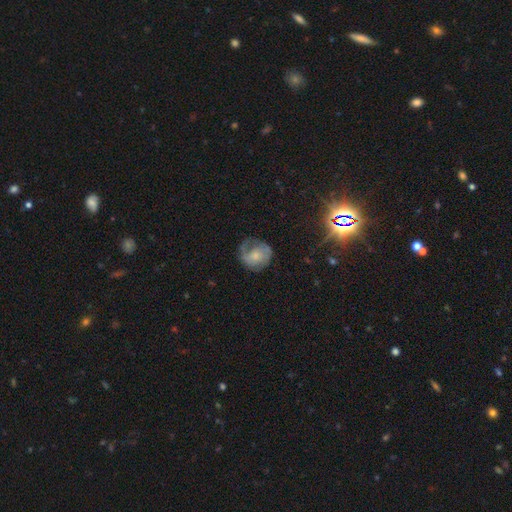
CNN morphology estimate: Q: Smooth or featured?
A: featured or disk (47%); runner-up: smooth (44%)
Q: Merging?
A: none (49%); runner-up: minor disturbance (27%)